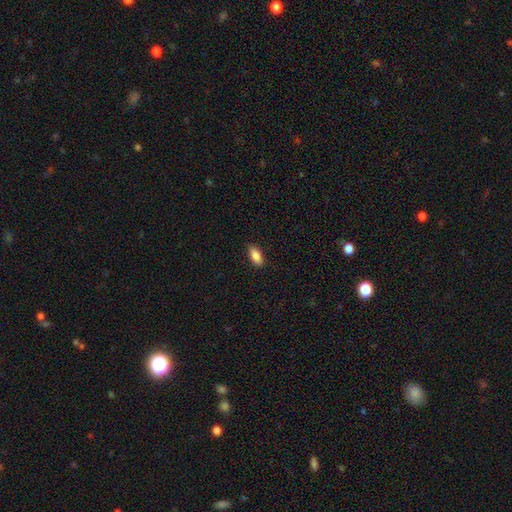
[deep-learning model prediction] This is clearly a smooth galaxy (86%). How rounded: clearly in between (84%). Merging: clearly none (88%).